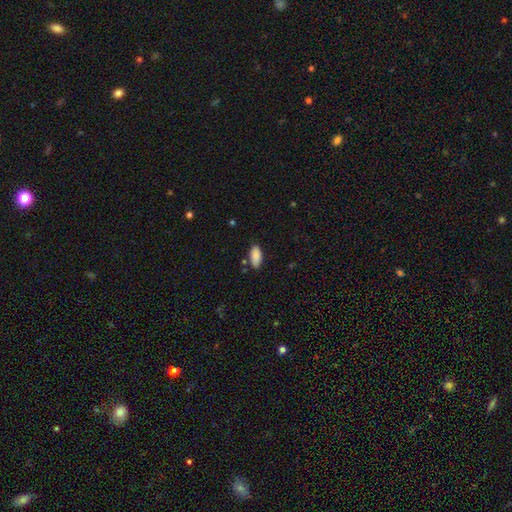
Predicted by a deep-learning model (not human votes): The model was most divided on "merging": none: 82%, minor disturbance: 13%, merger: 3%, major disturbance: 3%. More confident: smooth or featured — smooth (89%); how rounded — in between (89%).